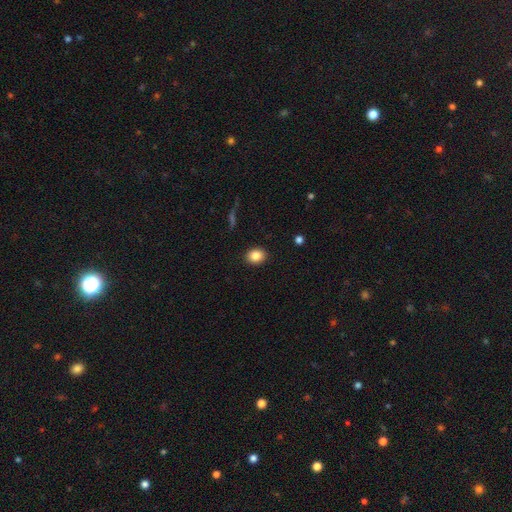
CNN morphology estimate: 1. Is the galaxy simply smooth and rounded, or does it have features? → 85% smooth, 9% star or artifact, 6% featured or disk.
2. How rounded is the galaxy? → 52% in between, 47% round, 1% cigar-shaped.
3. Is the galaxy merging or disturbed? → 90% none, 7% minor disturbance, 2% major disturbance, 1% merger.